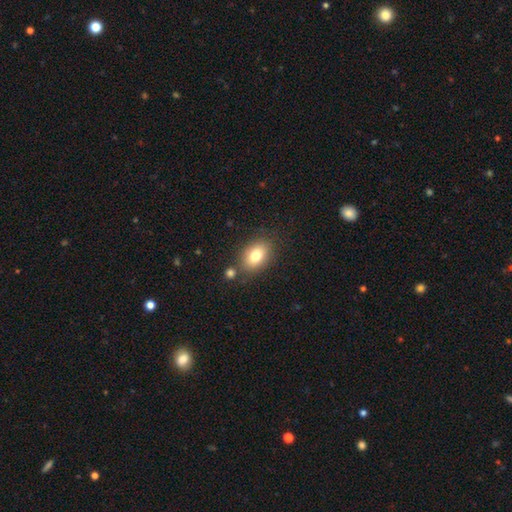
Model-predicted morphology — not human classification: This is likely a smooth galaxy (78%). How rounded: clearly in between (80%). Merging: likely none (77%).